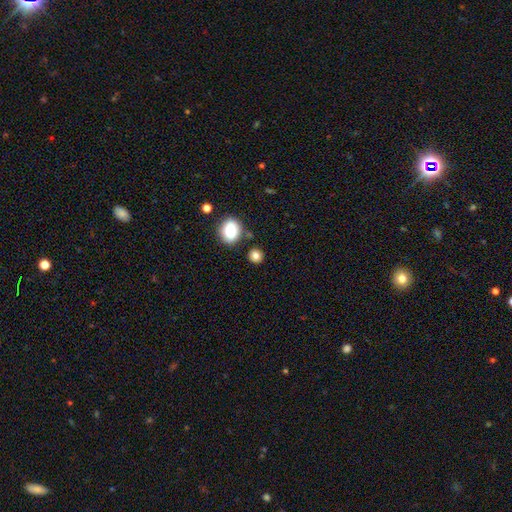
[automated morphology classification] Smooth or featured? smooth (83%)
How rounded? round (86%)
Merging? none (82%)